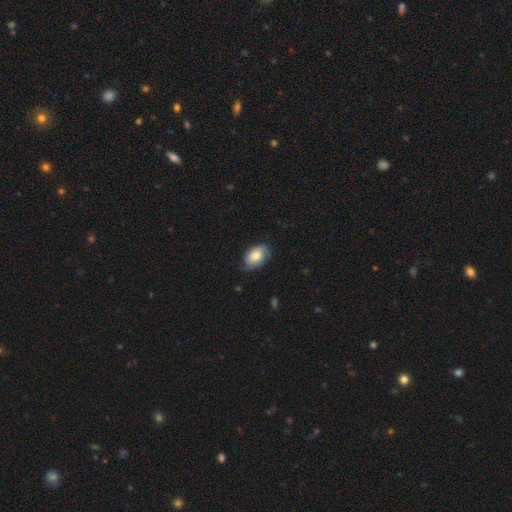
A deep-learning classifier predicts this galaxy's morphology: A smooth galaxy with no disk features (55%) that is in between round and cigar-shaped (85%).

Vote fractions:
- Smooth or featured? smooth: 55% / featured or disk: 38% / star or artifact: 7%
- How rounded? in between: 85% / round: 13% / cigar-shaped: 1%
- Merging? none: 64% / minor disturbance: 28% / major disturbance: 7% / merger: 1%